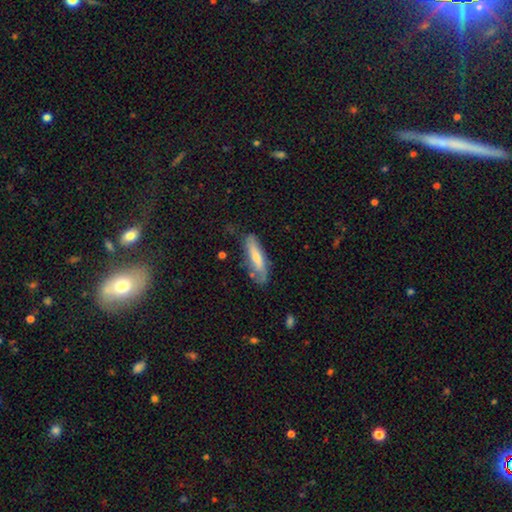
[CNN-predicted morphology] smooth_or_featured: smooth (p=0.49) [alt: featured or disk p=0.42]
merging: none (p=0.64) [alt: minor disturbance p=0.25]